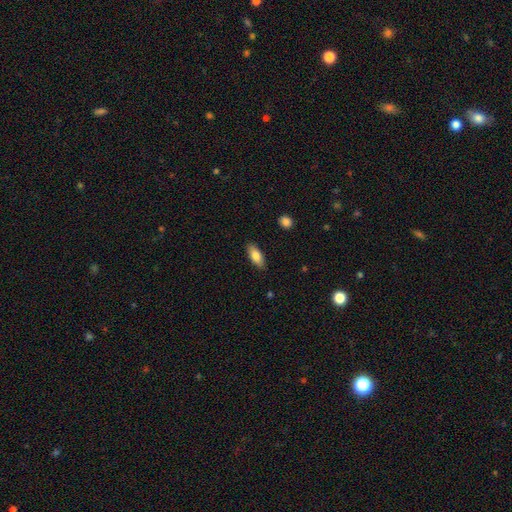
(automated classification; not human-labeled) Q: Smooth or featured?
A: smooth (82%); runner-up: featured or disk (11%)
Q: How rounded?
A: in between (83%); runner-up: cigar-shaped (15%)
Q: Merging?
A: none (88%); runner-up: minor disturbance (9%)